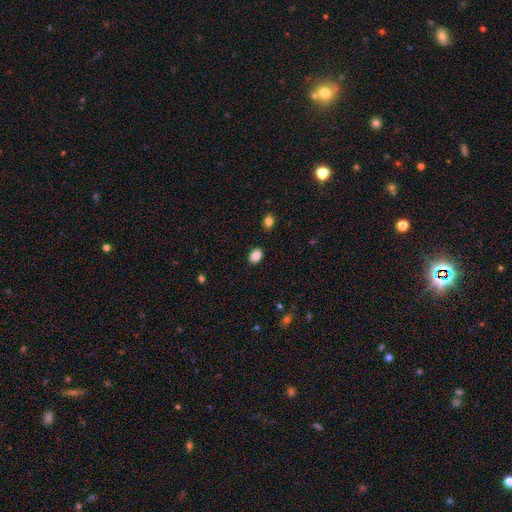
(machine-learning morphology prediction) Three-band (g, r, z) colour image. It shows a smooth galaxy with no disk features (86%) that is in between round and cigar-shaped (75%). Merging: none (89%).